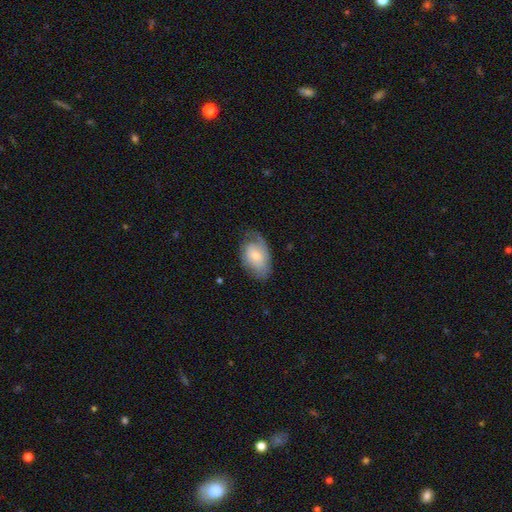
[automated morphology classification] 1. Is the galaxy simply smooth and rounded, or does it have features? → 56% smooth, 38% featured or disk, 6% star or artifact.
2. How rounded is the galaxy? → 89% in between, 9% round, 2% cigar-shaped.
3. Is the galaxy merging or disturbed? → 53% none, 31% minor disturbance, 15% major disturbance, 1% merger.